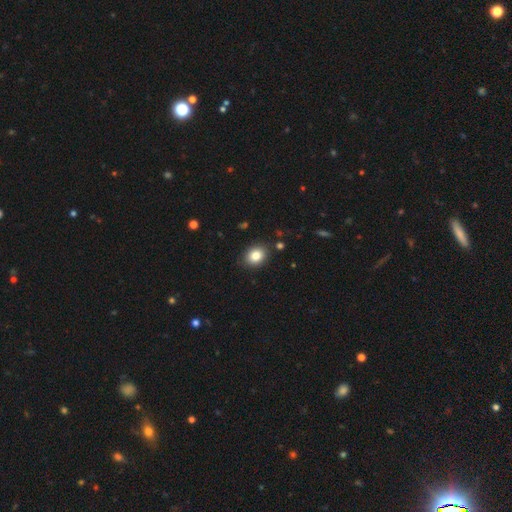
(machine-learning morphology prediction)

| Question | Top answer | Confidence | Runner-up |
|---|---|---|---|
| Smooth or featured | smooth | 84% | star or artifact (10%) |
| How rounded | in between | 51% | round (48%) |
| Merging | none | 87% | minor disturbance (9%) |